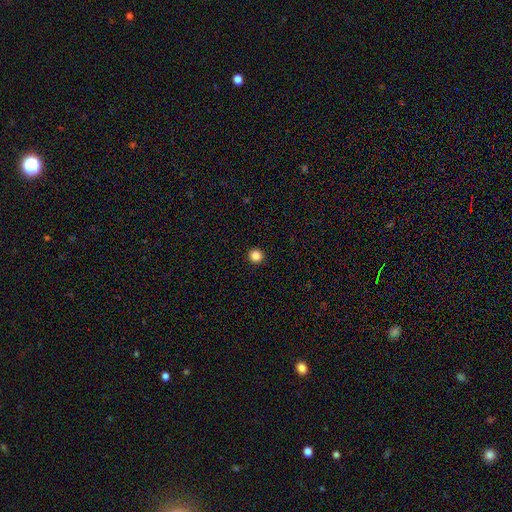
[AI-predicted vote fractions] Overall: smooth (86%). How rounded: round (95%). Merging: none (94%).